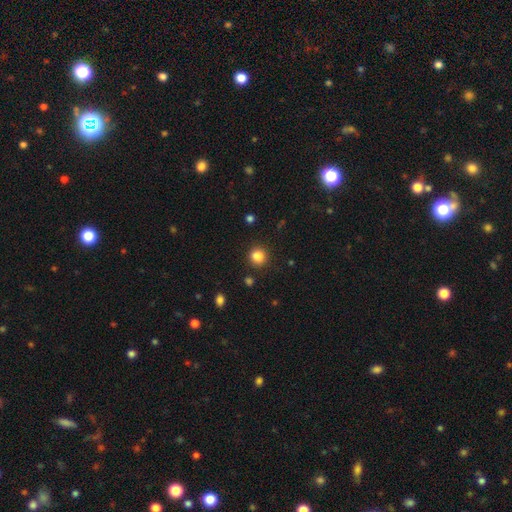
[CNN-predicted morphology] Smooth or featured: smooth — 85% (star or artifact — 11%)
How rounded: round — 86% (in between — 13%)
Merging: none — 88% (minor disturbance — 7%)